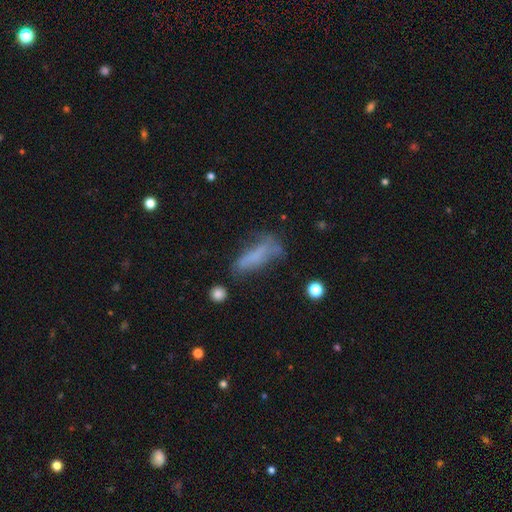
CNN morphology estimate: A smooth galaxy with no disk features (58%) that is cigar-shaped (51%). Merging: none (39%).